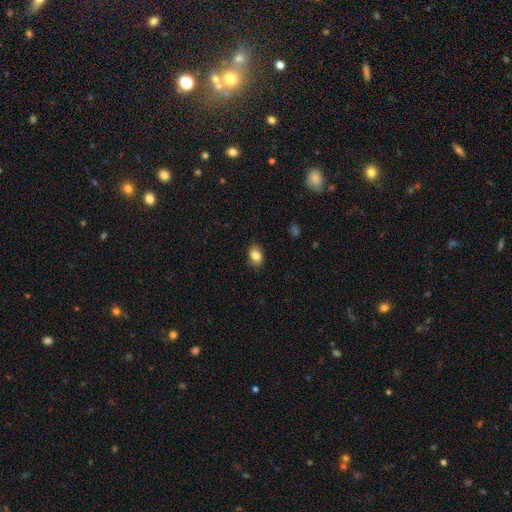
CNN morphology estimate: Smooth or featured? smooth (84%)
How rounded? in between (82%)
Merging? none (83%)